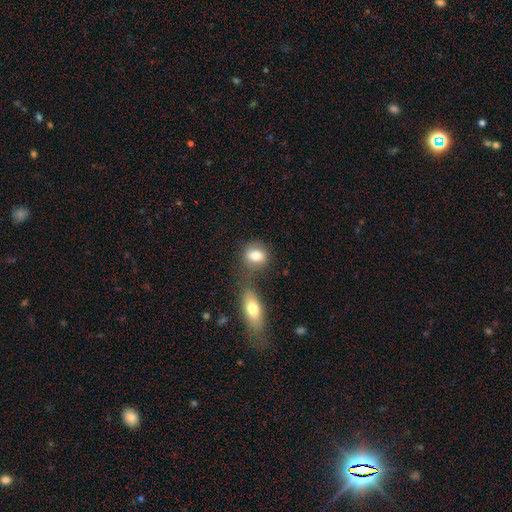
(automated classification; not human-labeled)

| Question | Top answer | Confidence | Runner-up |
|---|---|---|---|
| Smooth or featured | smooth | 80% | featured or disk (11%) |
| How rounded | in between | 52% | round (45%) |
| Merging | none | 56% | merger (24%) |